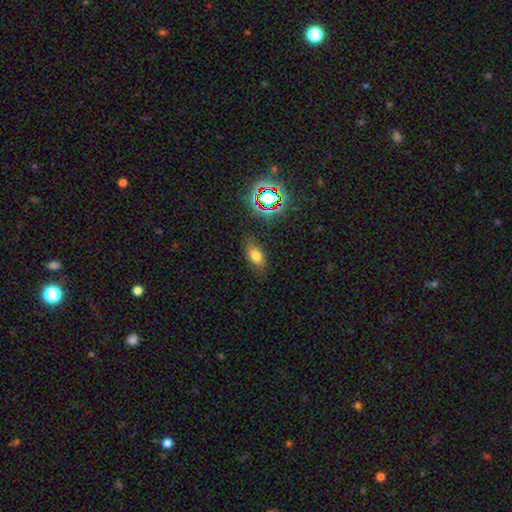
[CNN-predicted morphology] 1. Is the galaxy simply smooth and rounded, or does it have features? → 69% smooth, 17% star or artifact, 14% featured or disk.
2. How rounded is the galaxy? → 83% in between, 9% round, 8% cigar-shaped.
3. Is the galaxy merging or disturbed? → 79% none, 15% minor disturbance, 4% major disturbance, 2% merger.